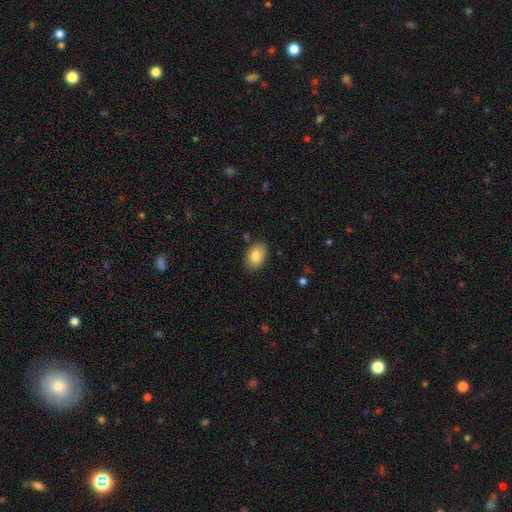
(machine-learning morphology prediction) Smooth or featured: smooth — 85% (featured or disk — 7%)
How rounded: in between — 83% (round — 16%)
Merging: none — 85% (minor disturbance — 11%)